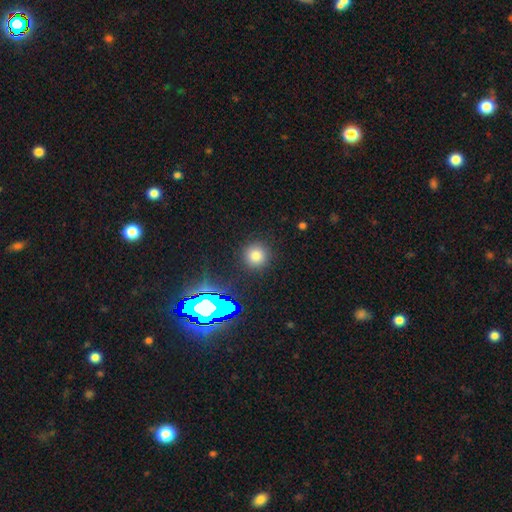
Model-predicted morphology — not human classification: type=smooth (75%); roundness=round (94%); merging=none (90%).